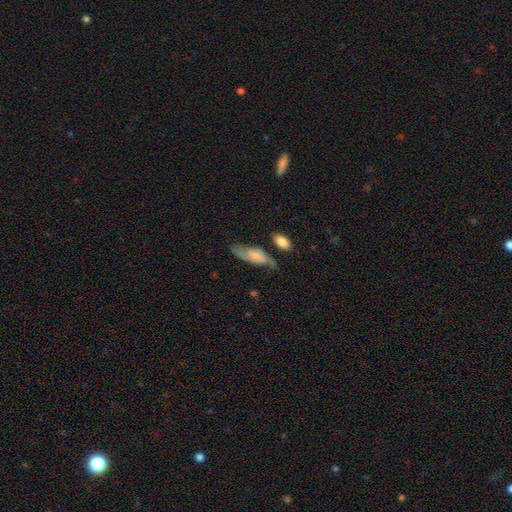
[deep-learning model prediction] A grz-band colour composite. It shows a featured or disk galaxy (57%). Merging: none (56%).